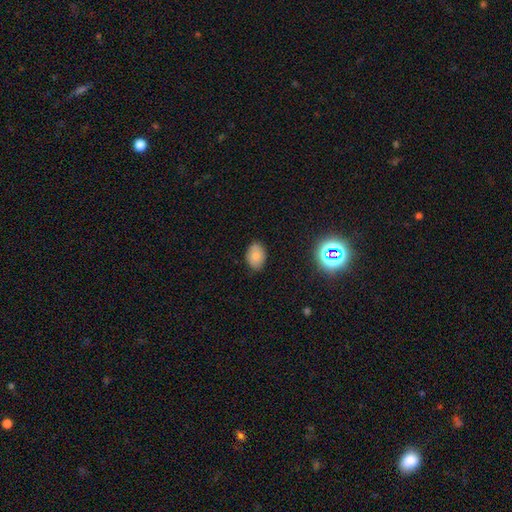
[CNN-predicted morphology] Smooth or featured: smooth — 77% (star or artifact — 12%)
How rounded: in between — 79% (round — 20%)
Merging: none — 82% (minor disturbance — 14%)